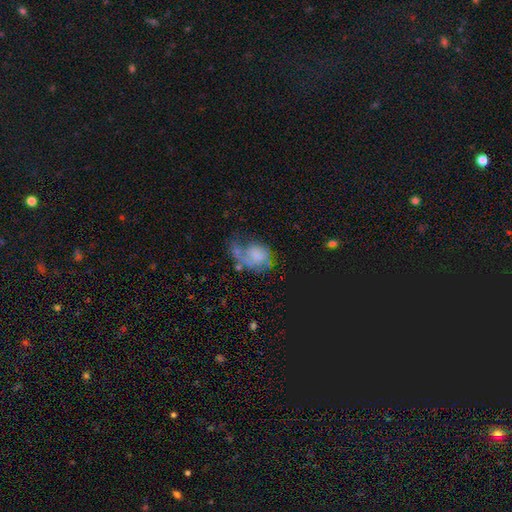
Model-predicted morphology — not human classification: Q: Smooth or featured?
A: featured or disk (51%); runner-up: smooth (38%)
Q: Edge-on disk?
A: no (97%); runner-up: yes (3%)
Q: Merging?
A: major disturbance (44%); runner-up: none (28%)